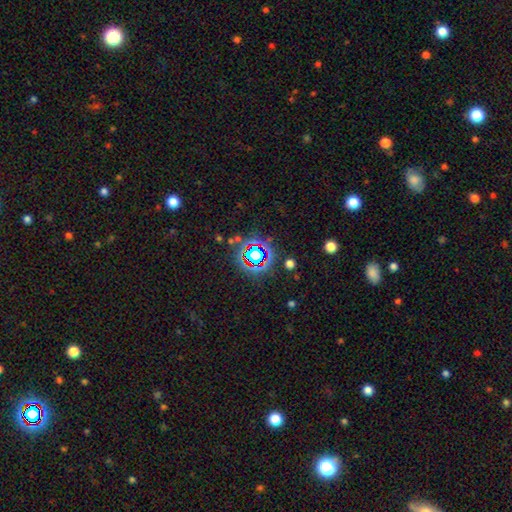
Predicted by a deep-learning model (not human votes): Smooth or featured?
  - star or artifact: 69% *
  - smooth: 19%
  - featured or disk: 12%